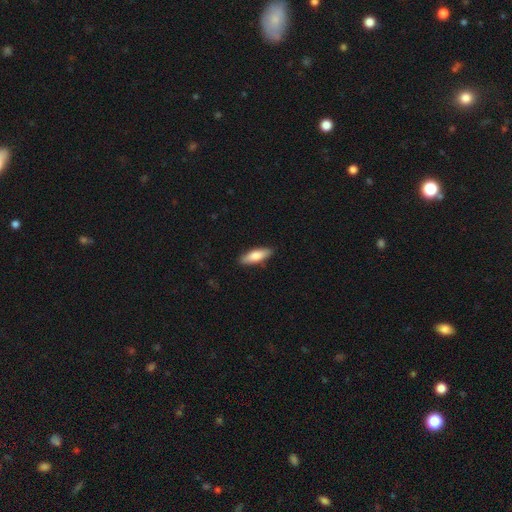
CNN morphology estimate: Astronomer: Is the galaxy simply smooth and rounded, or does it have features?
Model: smooth — 77%.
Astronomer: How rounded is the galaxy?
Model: in between — 54% (runner-up: cigar-shaped, 44%).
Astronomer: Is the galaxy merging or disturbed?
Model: none — 88%.